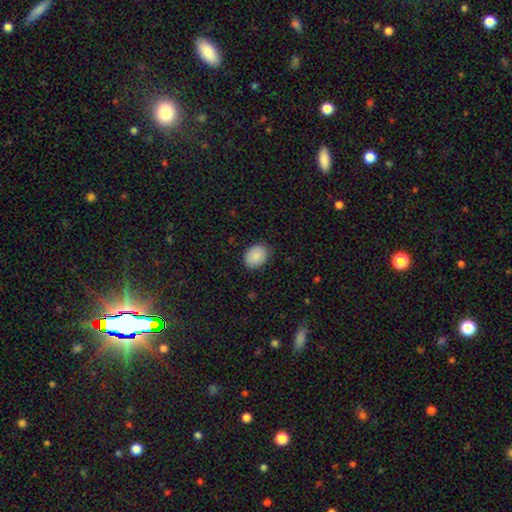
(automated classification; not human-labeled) The model was most divided on "how rounded": in between: 62%, round: 37%, cigar-shaped: 1%. More confident: smooth or featured — smooth (89%); merging — none (86%).